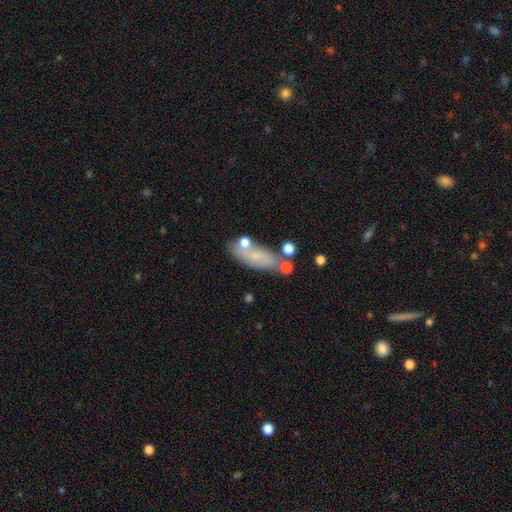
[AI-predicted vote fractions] smooth-or-featured: smooth: 56% | featured or disk: 34% | star or artifact: 10%
  how-rounded: in between: 67% | cigar-shaped: 28% | round: 5%
  merging: none: 60% | minor disturbance: 20% | merger: 13% | major disturbance: 7%